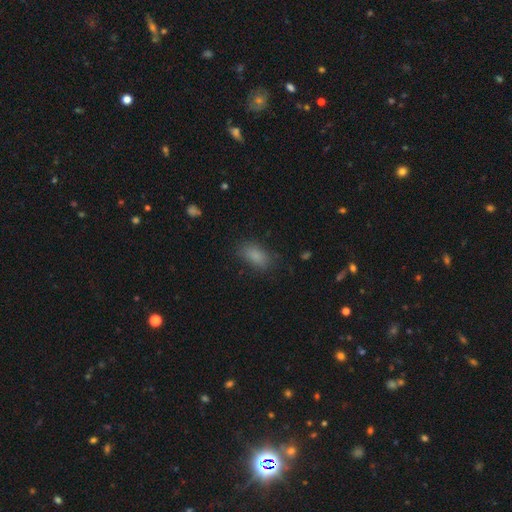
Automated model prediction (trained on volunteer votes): smooth 83%, star or artifact 11%, featured or disk 6%. Down the decision tree: how rounded — in between (88%); merging — none (75%).